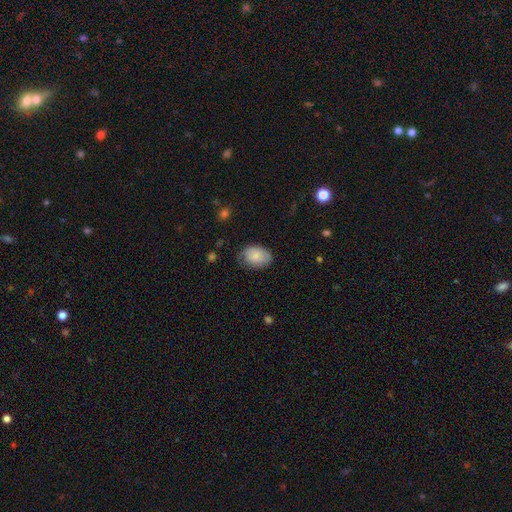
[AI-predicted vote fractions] smooth-or-featured: smooth: 82% | featured or disk: 11% | star or artifact: 7%
  how-rounded: in between: 82% | round: 17% | cigar-shaped: 1%
  merging: none: 68% | minor disturbance: 25% | major disturbance: 6% | merger: 1%